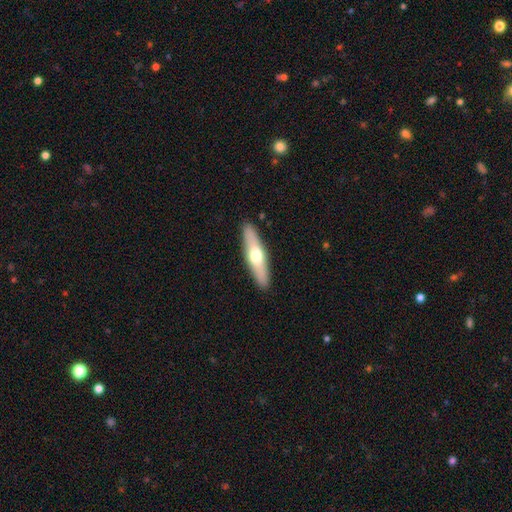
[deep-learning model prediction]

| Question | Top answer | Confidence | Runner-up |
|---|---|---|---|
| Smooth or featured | smooth | 52% | featured or disk (42%) |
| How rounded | cigar-shaped | 73% | in between (25%) |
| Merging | none | 90% | minor disturbance (7%) |